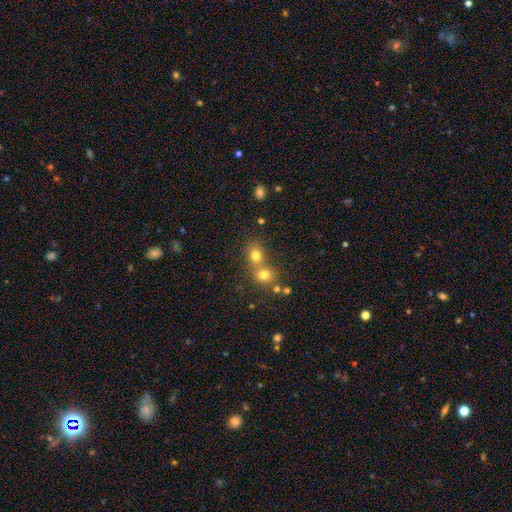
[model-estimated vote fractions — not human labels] Morphology: type=smooth (76%); roundness=round (72%); merging=merger (51%).